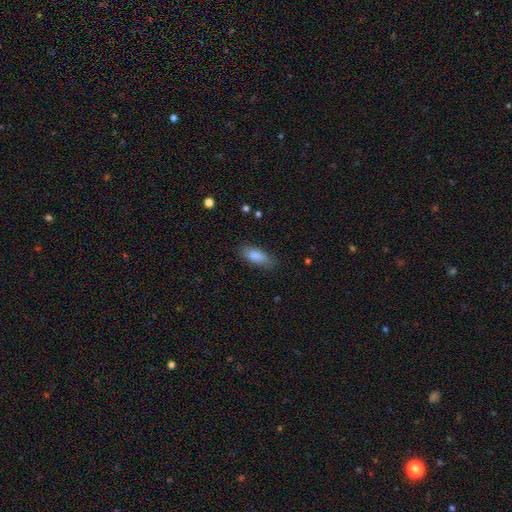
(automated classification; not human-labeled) Overall: smooth (87%). How rounded: in between (82%). Merging: none (82%).